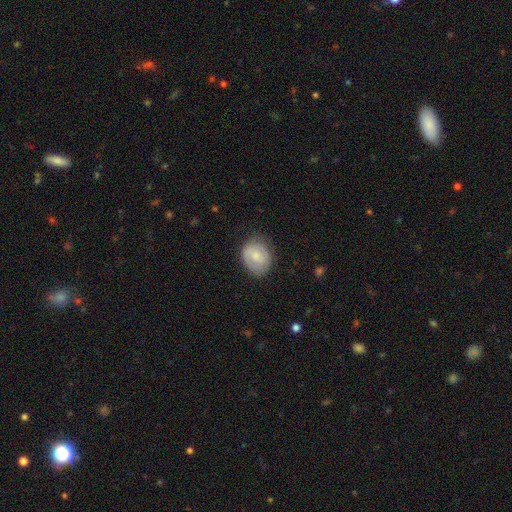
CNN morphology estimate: A smooth galaxy with no disk features (65%) that is round (53%). Merging: none (67%).